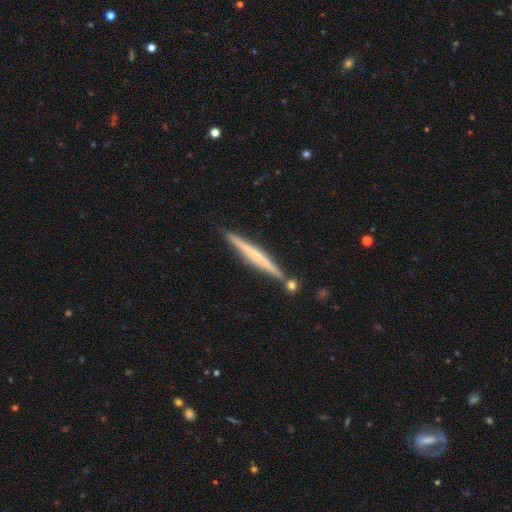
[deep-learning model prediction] This appears to be a featured or disk galaxy (60%) viewed edge-on (98%) with no central bulge (63%). Merging: none (86%).